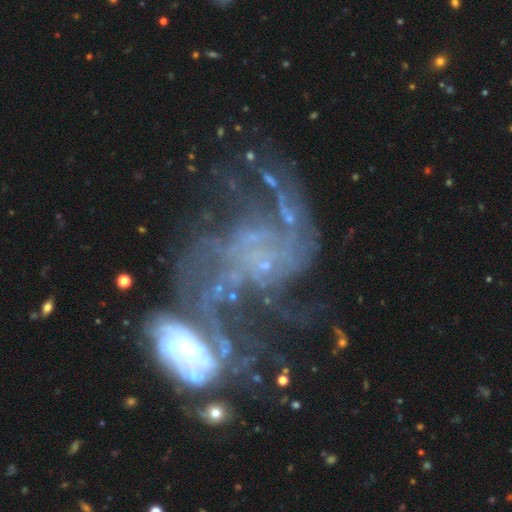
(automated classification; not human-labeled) Morphology: type=featured or disk (76%); edge-on=no (97%); bar=no (76%); spiral arms=yes (67%); bulge=none (52%); merging=merger (51%).